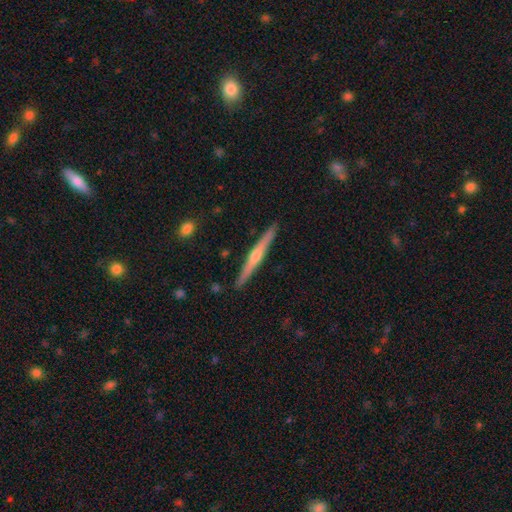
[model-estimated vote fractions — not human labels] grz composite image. It shows a featured or disk galaxy (66%) viewed edge-on (98%) with a rounded central bulge (77%). Merging: none (91%).